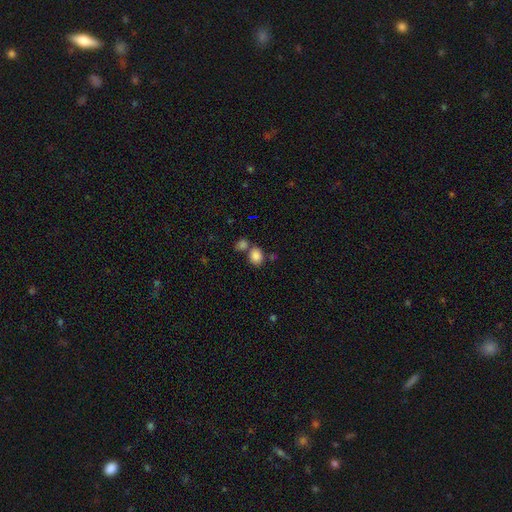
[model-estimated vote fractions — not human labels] Smooth or featured: smooth — 85% (star or artifact — 9%)
How rounded: round — 51% (in between — 48%)
Merging: none — 54% (merger — 31%)